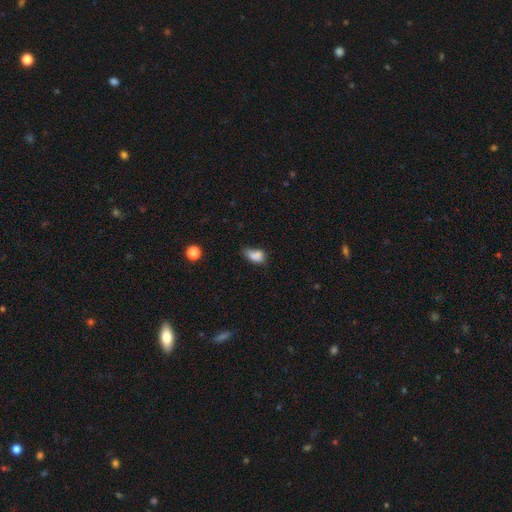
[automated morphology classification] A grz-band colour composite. It shows a smooth galaxy with no disk features (78%) that is in between round and cigar-shaped (82%). Merging: minor disturbance (37%).